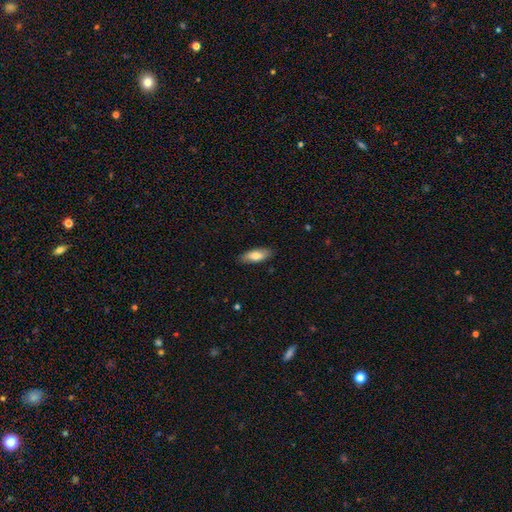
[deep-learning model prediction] Q: Smooth or featured?
A: smooth (78%); runner-up: featured or disk (17%)
Q: How rounded?
A: in between (72%); runner-up: cigar-shaped (26%)
Q: Merging?
A: none (86%); runner-up: minor disturbance (11%)